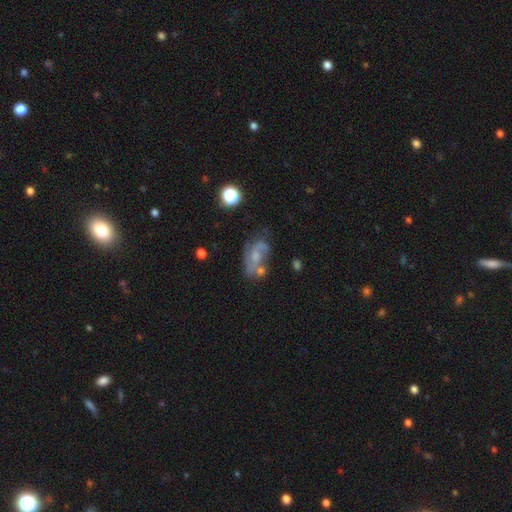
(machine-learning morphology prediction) featured or disk 69%, smooth 19%, star or artifact 12%. Down the decision tree: edge-on disk — no (96%); bar — no (55%); spiral arms — yes (85%); spiral arm count — 2 (68%); spiral winding — medium (48%); bulge size — small (43%); merging — none (47%).